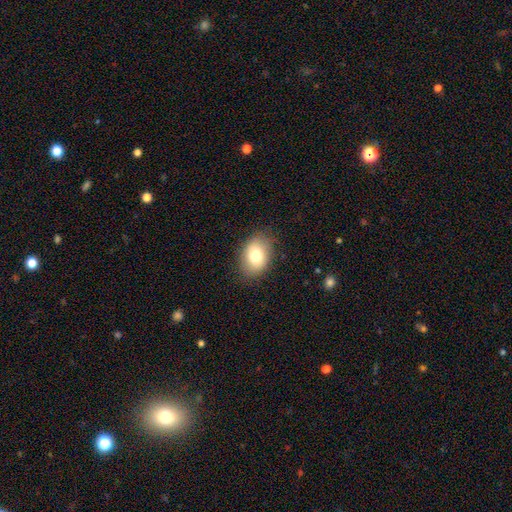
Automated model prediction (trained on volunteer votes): The model was most divided on "how rounded": in between: 79%, round: 19%, cigar-shaped: 1%. More confident: merging — none (84%); smooth or featured — smooth (78%).